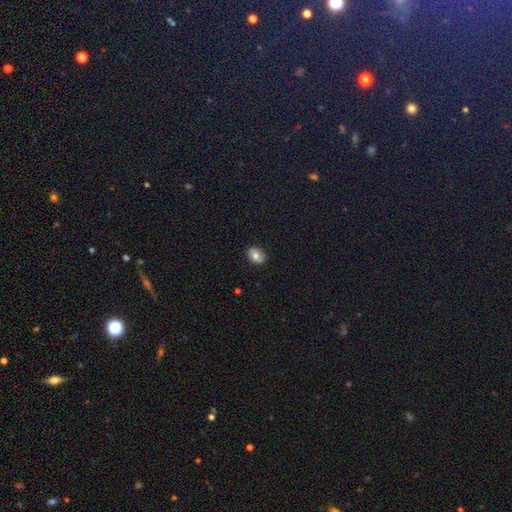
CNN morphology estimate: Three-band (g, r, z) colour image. It shows a smooth galaxy with no disk features (66%) that is in between round and cigar-shaped (62%). Merging: none (85%).